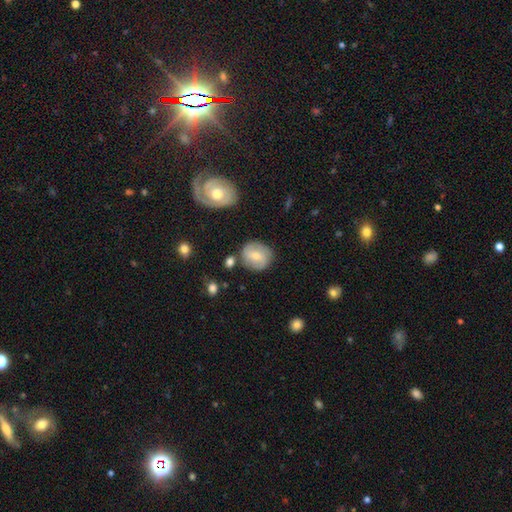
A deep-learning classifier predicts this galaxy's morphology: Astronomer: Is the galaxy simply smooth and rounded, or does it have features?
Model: smooth — 56% (runner-up: featured or disk, 37%).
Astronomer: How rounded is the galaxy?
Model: round — 75%.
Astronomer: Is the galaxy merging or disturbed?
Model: none — 75%.